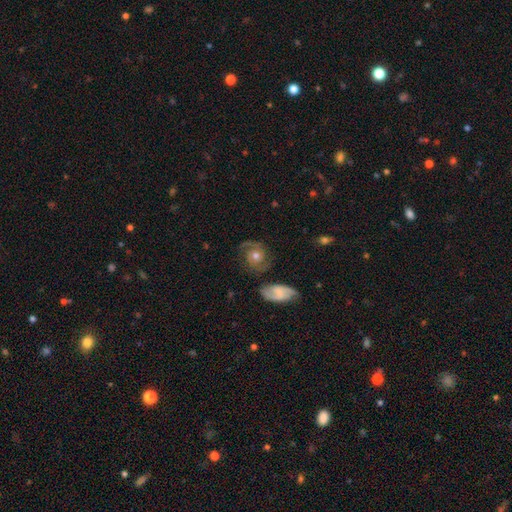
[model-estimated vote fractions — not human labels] The model was most divided on "spiral winding": medium: 44%, tight: 38%, loose: 17%. More confident: edge-on disk — no (97%); spiral arms — yes (92%); spiral arm count — 2 (80%); bar — no (76%); smooth or featured — featured or disk (74%); merging — none (69%); bulge size — moderate (66%).